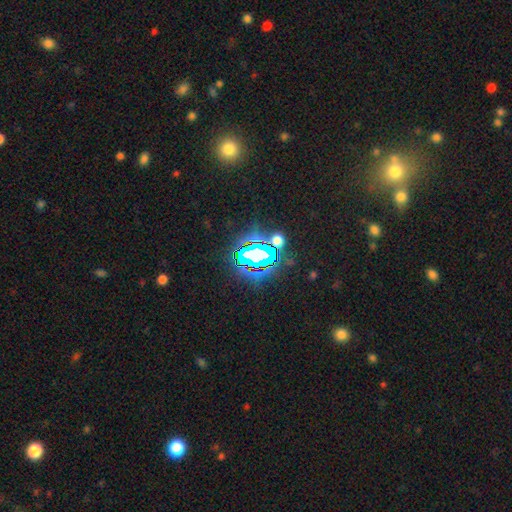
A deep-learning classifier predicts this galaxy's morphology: Overall: star or artifact (69%).